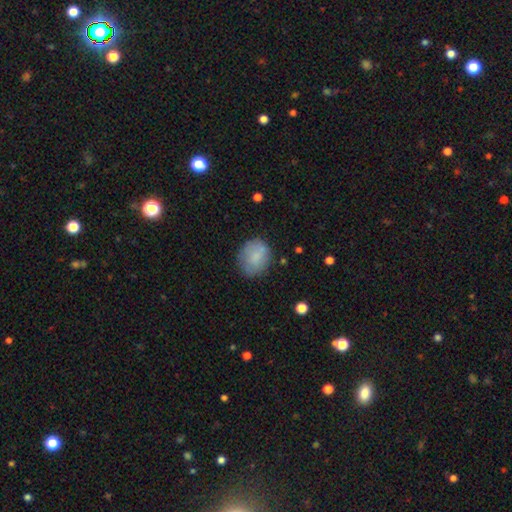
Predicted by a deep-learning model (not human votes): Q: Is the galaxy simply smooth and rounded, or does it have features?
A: smooth — 81%.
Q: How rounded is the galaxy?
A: round — 52%.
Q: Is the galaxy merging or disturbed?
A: none — 73%.